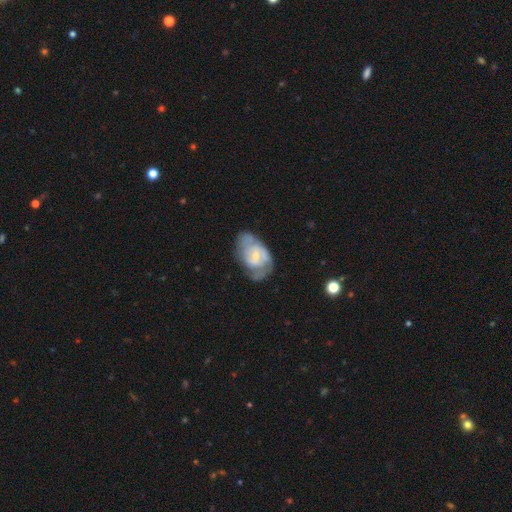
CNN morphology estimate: Smooth or featured: featured or disk — 70% (smooth — 24%)
Edge-on disk: no — 97% (yes — 3%)
Bar: no — 51% (weak — 41%)
Spiral arms: yes — 80% (no — 20%)
Spiral winding: medium — 42% (tight — 40%)
Spiral arm count: 2 — 48% (can't tell — 33%)
Bulge size: small — 59% (moderate — 36%)
Merging: none — 48% (minor disturbance — 29%)